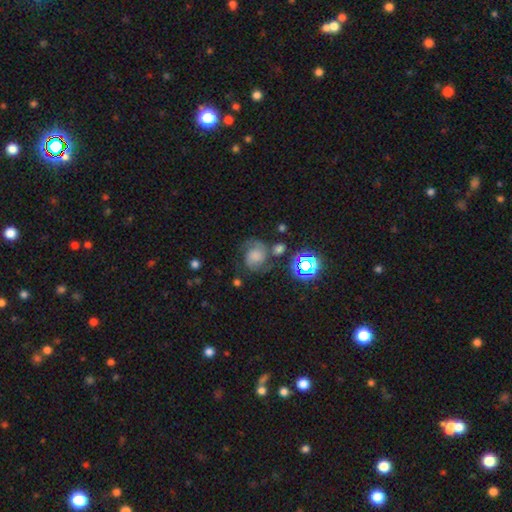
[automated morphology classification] Smooth or featured?
  - featured or disk: 59% *
  - smooth: 25%
  - star or artifact: 15%
Edge-on disk?
  - no: 97% *
  - yes: 3%
Bar?
  - no: 69% *
  - weak: 25%
  - strong: 6%
Spiral arms?
  - yes: 92% *
  - no: 8%
Spiral winding?
  - medium: 46% *
  - tight: 38%
  - loose: 16%
Spiral arm count?
  - 2: 79% *
  - can't tell: 9%
  - 1: 5%
  - 3: 4%
  - 4: 1%
  - more than 4: 1%
Bulge size?
  - none: 27% *
  - moderate: 25%
  - small: 22%
  - large: 20%
  - dominant: 7%
Merging?
  - none: 54% *
  - minor disturbance: 21%
  - major disturbance: 14%
  - merger: 11%